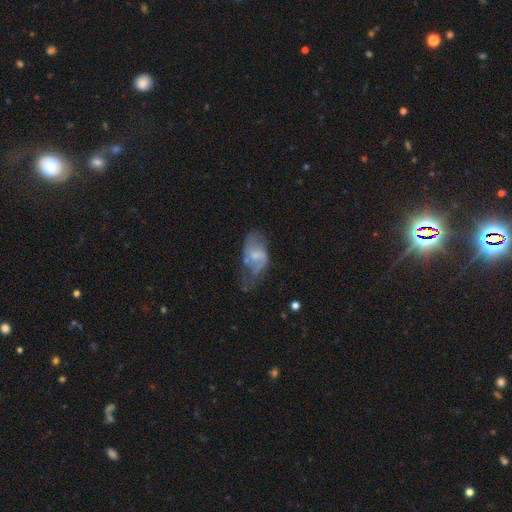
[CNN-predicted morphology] Smooth or featured? Predicted: featured or disk (p=0.55). Edge-on disk? Predicted: no (p=0.95). Bar? Predicted: no (p=0.52). Spiral arms? Predicted: yes (p=0.58). Bulge size? Predicted: small (p=0.46). Merging? Predicted: minor disturbance (p=0.31, tied with none and major disturbance).